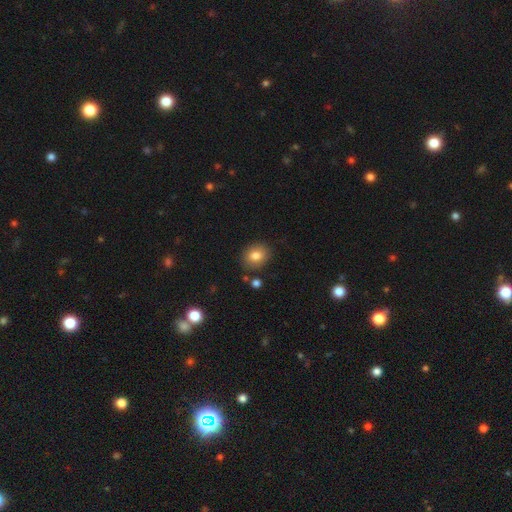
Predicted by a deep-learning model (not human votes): Morphology: type=smooth (82%); roundness=round (54%); merging=none (83%).